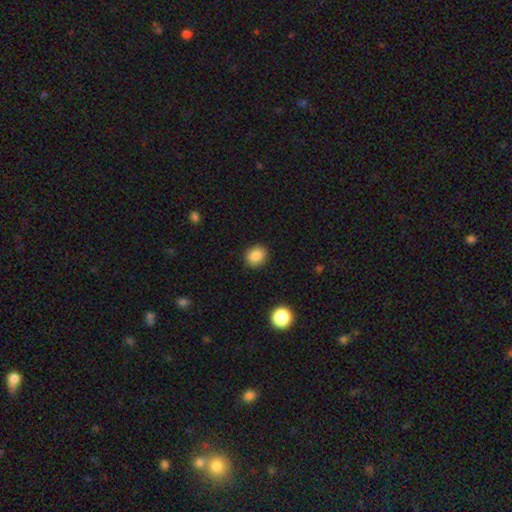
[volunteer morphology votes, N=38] Volunteers were most divided on "how rounded": round: 71%, in between: 29%, cigar-shaped: 0%. More confident: smooth or featured — smooth (92%); merging — none (89%).